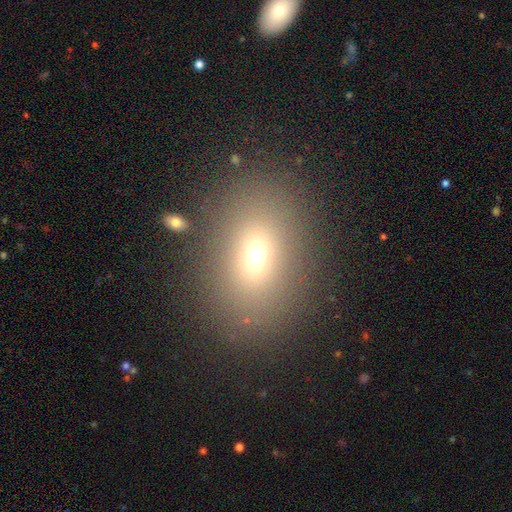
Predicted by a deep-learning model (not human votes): Smooth or featured: smooth — 68% (star or artifact — 18%)
How rounded: in between — 67% (round — 31%)
Merging: none — 84% (minor disturbance — 8%)